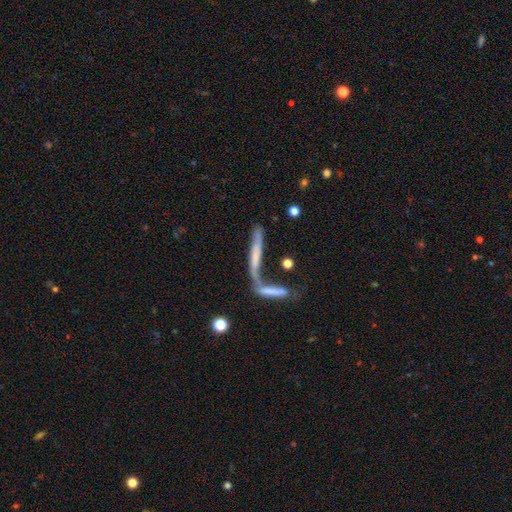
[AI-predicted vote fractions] featured or disk 46%, smooth 45%, star or artifact 10%. Down the decision tree: merging — merger (50%).